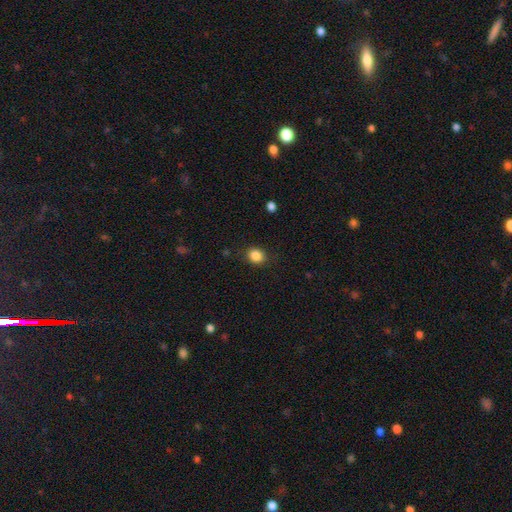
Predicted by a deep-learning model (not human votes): A smooth galaxy with no disk features (85%) that is round (68%). Merging: none (86%).